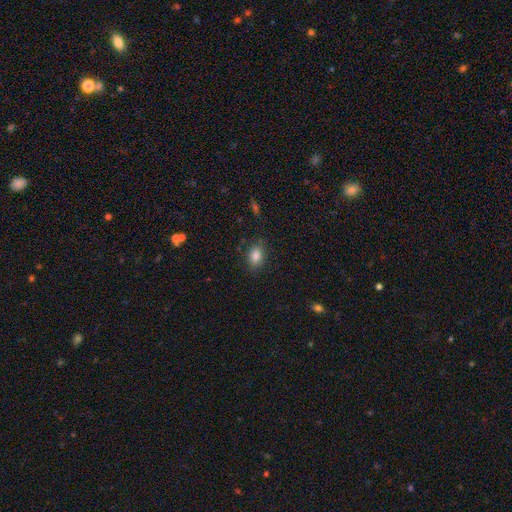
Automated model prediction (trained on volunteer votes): Overall: smooth (85%). How rounded: in between (74%). Merging: none (82%).